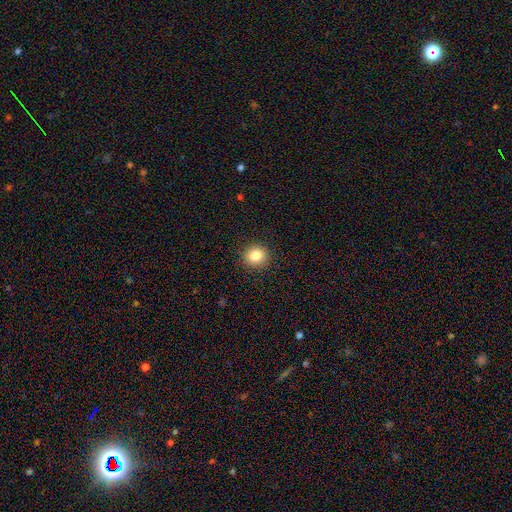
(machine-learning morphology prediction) smooth_or_featured: smooth (p=0.84) [alt: star or artifact p=0.10]
how_rounded: round (p=0.88) [alt: in between p=0.11]
merging: none (p=0.91) [alt: minor disturbance p=0.06]